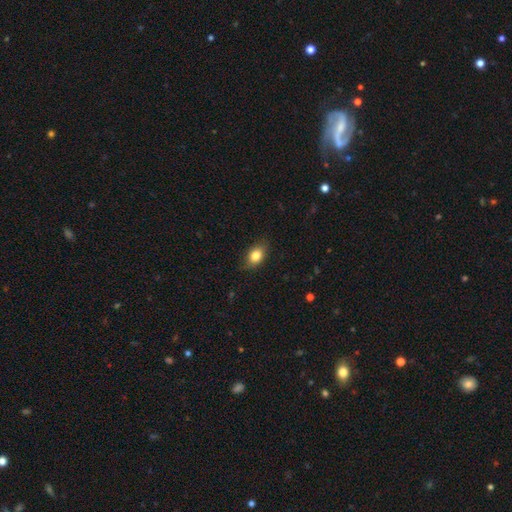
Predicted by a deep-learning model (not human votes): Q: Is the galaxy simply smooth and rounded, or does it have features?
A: smooth — 82%.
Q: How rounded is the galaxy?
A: in between — 78%.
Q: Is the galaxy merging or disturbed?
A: none — 81%.